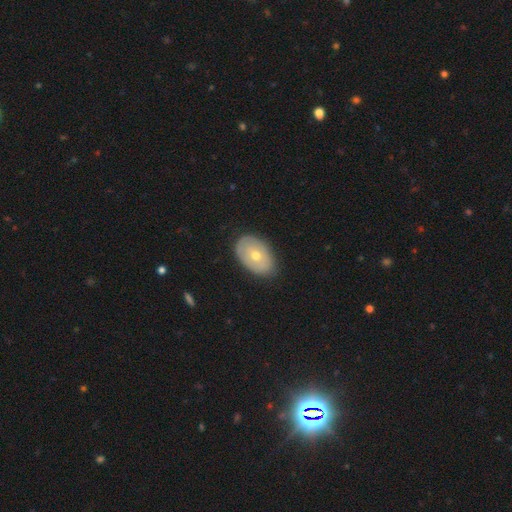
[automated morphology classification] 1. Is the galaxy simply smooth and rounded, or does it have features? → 53% smooth, 41% featured or disk, 7% star or artifact.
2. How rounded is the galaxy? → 84% in between, 14% round, 1% cigar-shaped.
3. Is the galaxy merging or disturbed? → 83% none, 13% minor disturbance, 3% major disturbance, 1% merger.